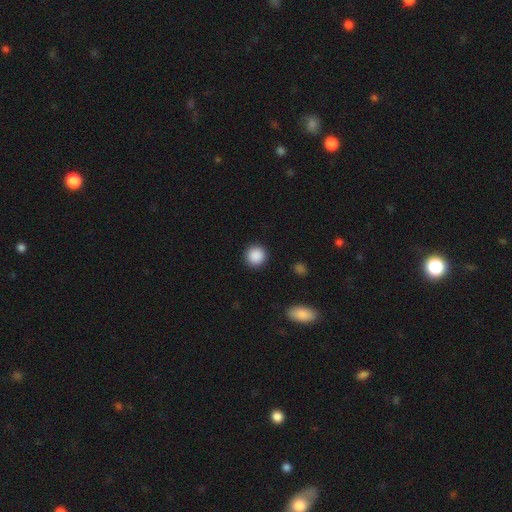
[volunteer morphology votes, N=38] Smooth or featured?
  - smooth: 95% *
  - star or artifact: 5%
  - featured or disk: 0%
How rounded?
  - round: 100% *
  - in between: 0%
  - cigar-shaped: 0%
Merging?
  - none: 92% *
  - minor disturbance: 3%
  - major disturbance: 3%
  - merger: 3%